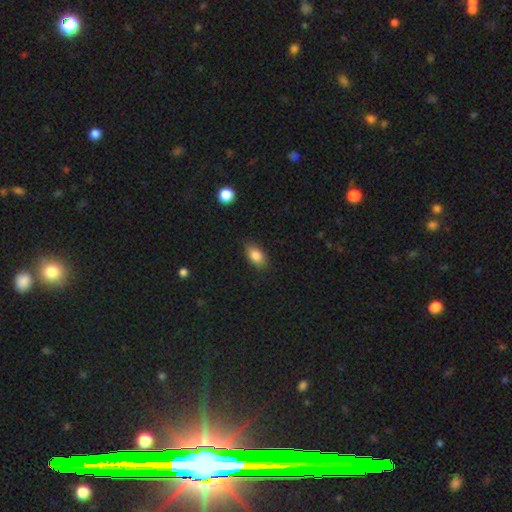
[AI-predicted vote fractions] smooth 85%, star or artifact 8%, featured or disk 7%. Down the decision tree: how rounded — in between (88%); merging — none (83%).